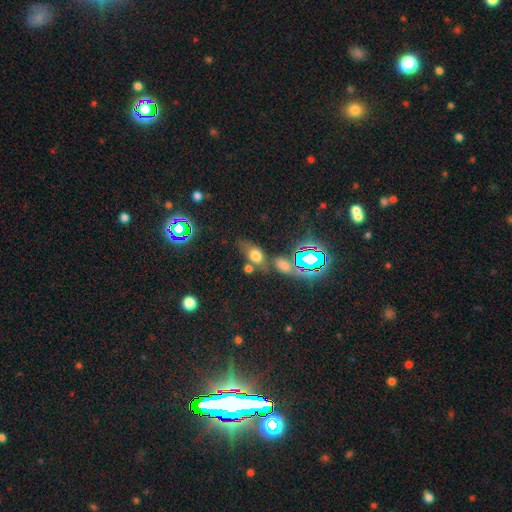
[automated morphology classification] The model was most divided on "merging": none: 53%, merger: 22%, minor disturbance: 16%, major disturbance: 8%. More confident: how rounded — in between (73%); smooth or featured — smooth (64%).